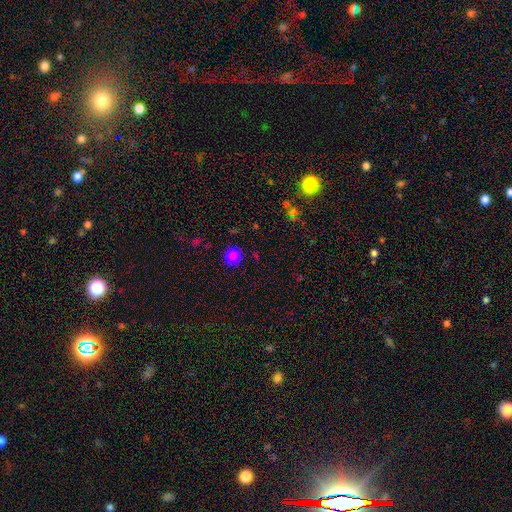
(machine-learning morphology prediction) Q: Smooth or featured?
A: smooth (83%); runner-up: star or artifact (12%)
Q: How rounded?
A: round (92%); runner-up: in between (7%)
Q: Merging?
A: none (91%); runner-up: minor disturbance (5%)